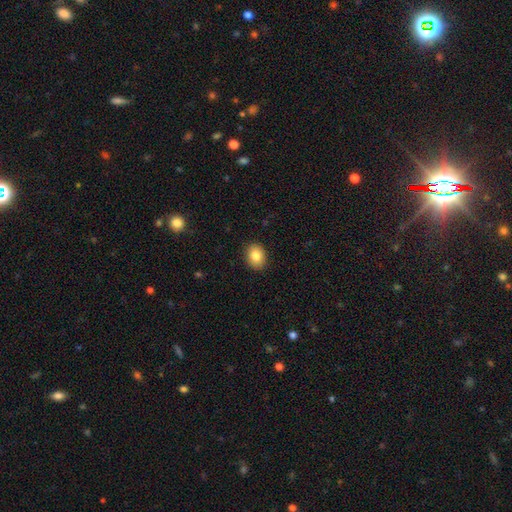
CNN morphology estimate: Smooth or featured? Predicted: smooth (p=0.86). How rounded? Predicted: in between (p=0.61). Merging? Predicted: none (p=0.90).